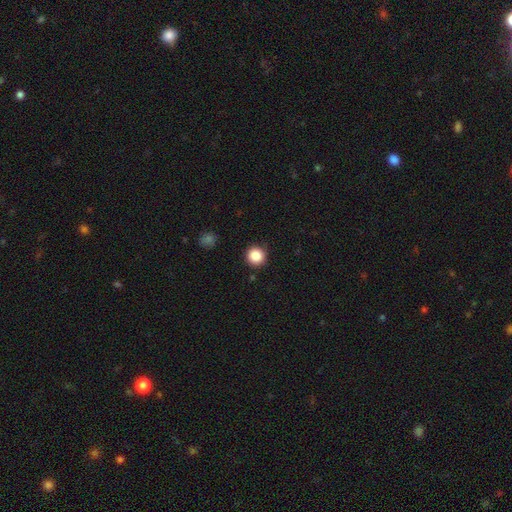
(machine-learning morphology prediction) This appears to be a smooth galaxy with no disk features (86%) that is round (95%). Merging: none (89%).